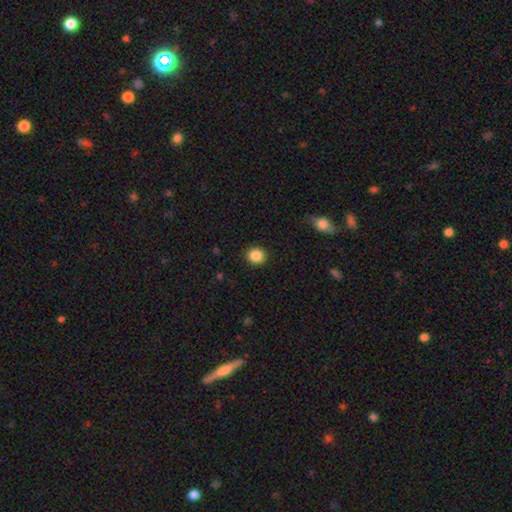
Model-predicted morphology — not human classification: smooth_or_featured: smooth (p=0.87) [alt: star or artifact p=0.10]
how_rounded: round (p=0.85) [alt: in between p=0.14]
merging: none (p=0.91) [alt: minor disturbance p=0.06]